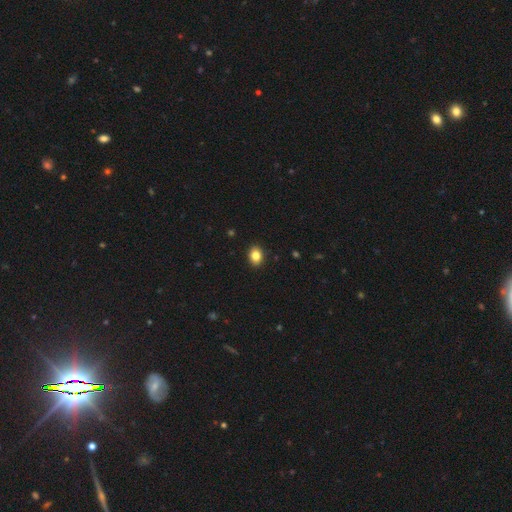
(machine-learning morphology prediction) Smooth or featured: smooth — 85% (star or artifact — 9%)
How rounded: in between — 59% (round — 40%)
Merging: none — 91% (minor disturbance — 7%)